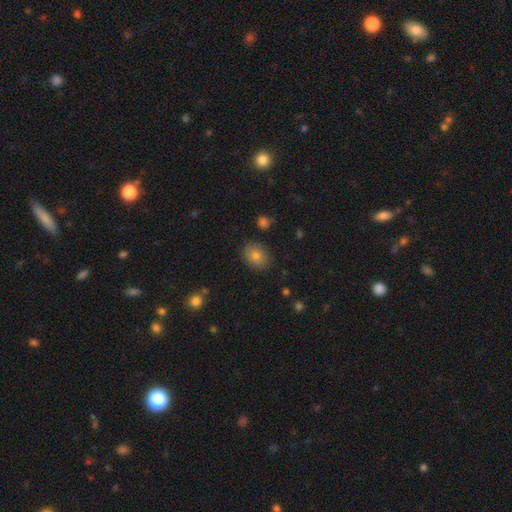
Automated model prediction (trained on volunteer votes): The model was most divided on "how rounded": in between: 54%, round: 45%, cigar-shaped: 1%. More confident: merging — none (86%); smooth or featured — smooth (78%).